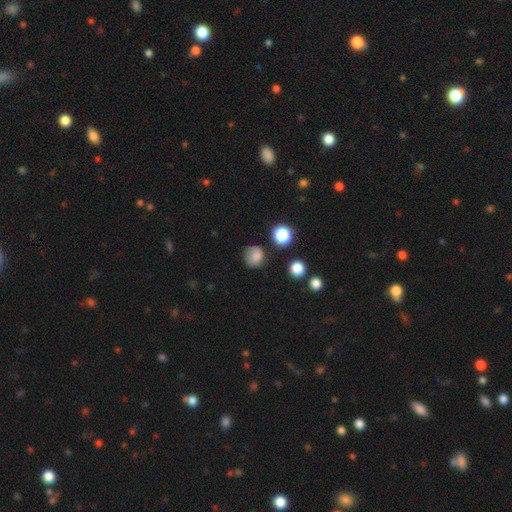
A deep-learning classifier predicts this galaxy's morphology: smooth 77%, star or artifact 13%, featured or disk 10%. Down the decision tree: how rounded — round (80%); merging — none (64%).